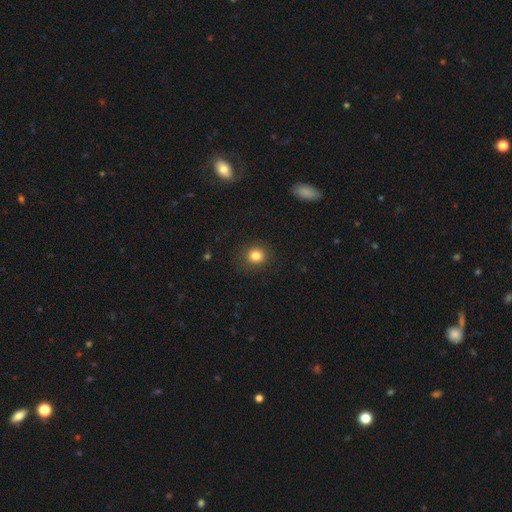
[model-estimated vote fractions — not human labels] Smooth or featured? Predicted: smooth (p=0.83). How rounded? Predicted: round (p=0.82). Merging? Predicted: none (p=0.87).